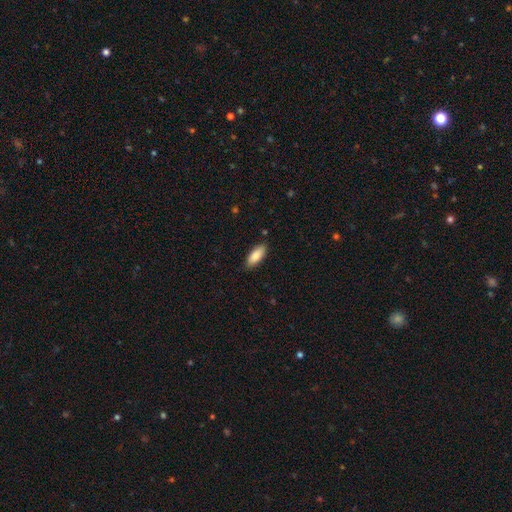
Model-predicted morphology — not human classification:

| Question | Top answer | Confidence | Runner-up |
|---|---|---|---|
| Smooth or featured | smooth | 86% | featured or disk (8%) |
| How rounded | in between | 80% | cigar-shaped (18%) |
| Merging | none | 86% | minor disturbance (11%) |